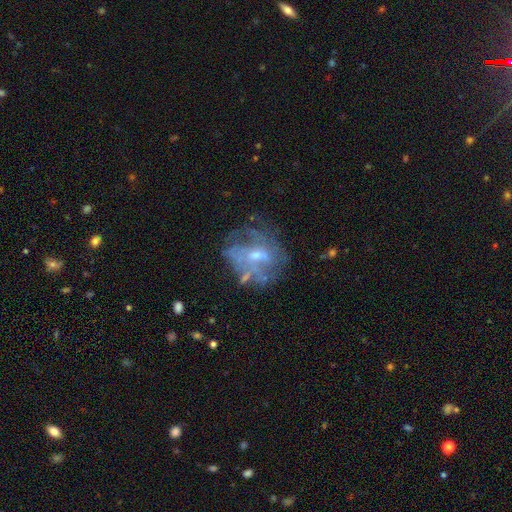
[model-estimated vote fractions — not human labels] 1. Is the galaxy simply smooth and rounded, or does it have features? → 68% featured or disk, 20% smooth, 12% star or artifact.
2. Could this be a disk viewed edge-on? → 97% no, 3% yes.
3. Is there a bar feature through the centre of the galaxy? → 56% no, 36% weak, 8% strong.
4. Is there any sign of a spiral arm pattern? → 57% no, 43% yes.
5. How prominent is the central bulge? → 46% small, 44% moderate, 6% none, 2% large, 1% dominant.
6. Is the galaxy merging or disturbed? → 51% none, 22% major disturbance, 21% minor disturbance, 6% merger.